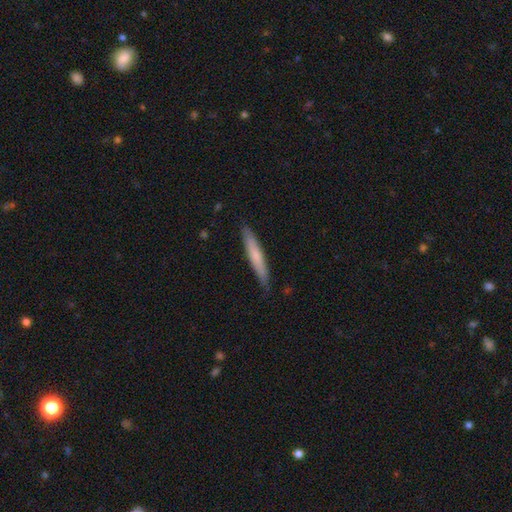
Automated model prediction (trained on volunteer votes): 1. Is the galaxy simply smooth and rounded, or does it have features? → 66% smooth, 29% featured or disk, 5% star or artifact.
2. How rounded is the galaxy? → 94% cigar-shaped, 5% in between, 1% round.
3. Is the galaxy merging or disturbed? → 85% none, 12% minor disturbance, 2% major disturbance, 1% merger.